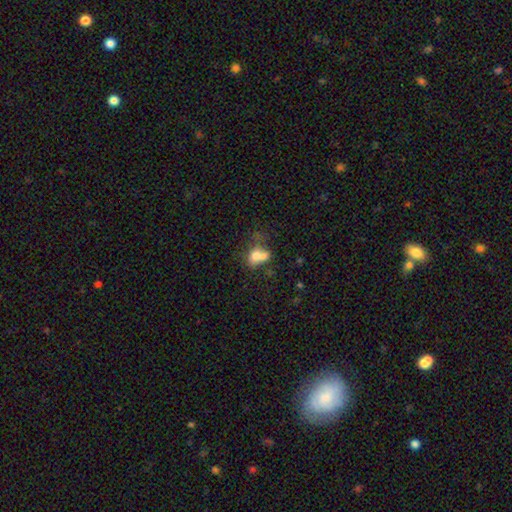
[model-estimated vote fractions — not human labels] smooth-or-featured: smooth: 65% | featured or disk: 23% | star or artifact: 12%
  how-rounded: in between: 61% | round: 37% | cigar-shaped: 2%
  merging: merger: 52% | none: 21% | major disturbance: 13% | minor disturbance: 13%